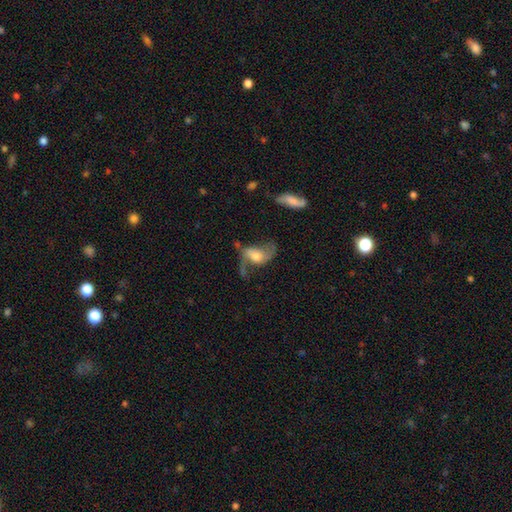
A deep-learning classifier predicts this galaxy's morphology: This appears to be a featured or disk galaxy (68%) with no bar (52%), 2 (84%) loose (81%) spiral arms (86%) and a moderate central bulge (56%). Merging: none (41%).